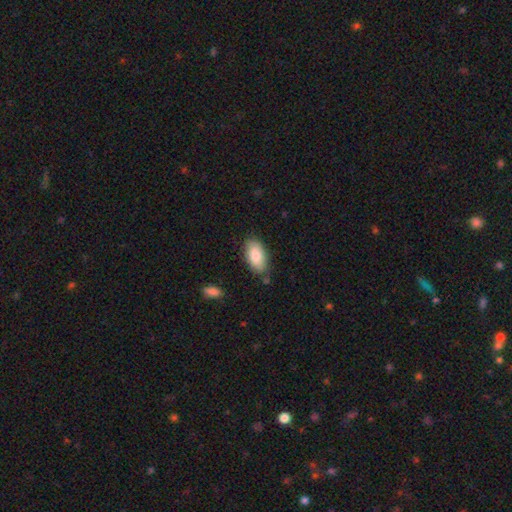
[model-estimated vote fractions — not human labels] smooth 82%, featured or disk 12%, star or artifact 6%. Down the decision tree: how rounded — in between (93%); merging — none (77%).